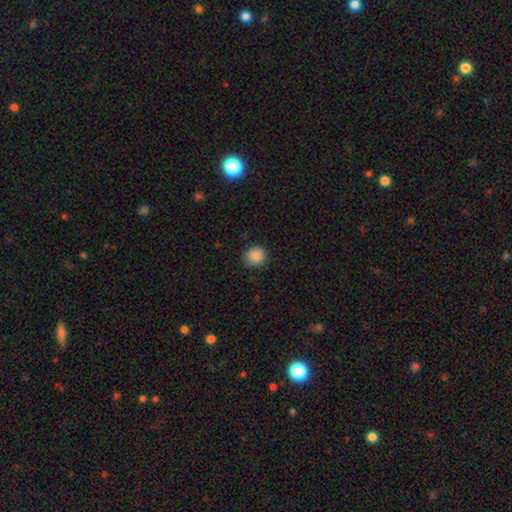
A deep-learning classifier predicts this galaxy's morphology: Overall: smooth (87%). How rounded: round (85%). Merging: none (86%).